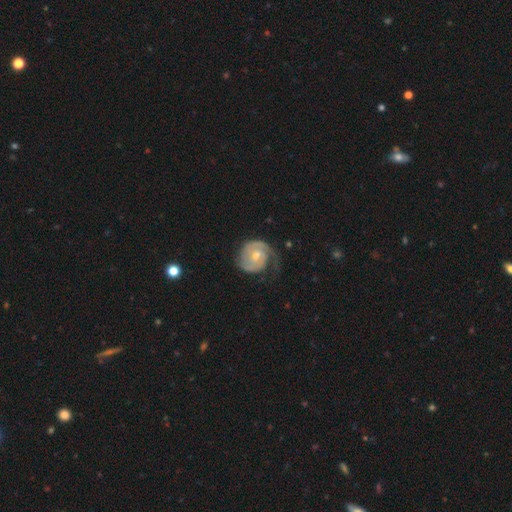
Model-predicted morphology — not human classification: The model was most divided on "spiral arm count": 2: 49%, 1: 34%, can't tell: 11%, 3: 4%, 4: 2%, more than 4: 2%. More confident: edge-on disk — no (98%); spiral arms — yes (94%); smooth or featured — featured or disk (79%); bar — no (57%); bulge size — moderate (57%); merging — none (54%); spiral winding — tight (53%).